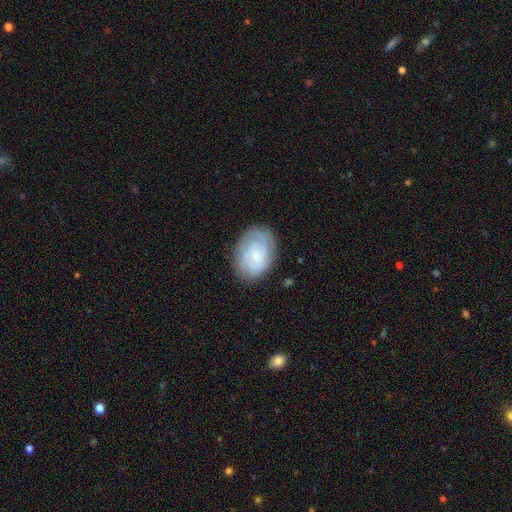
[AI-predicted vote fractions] This appears to be a featured or disk galaxy (73%) with no bar (64%), tight (65%) spiral arms (94%) and a small central bulge (72%). Merging: none (78%).